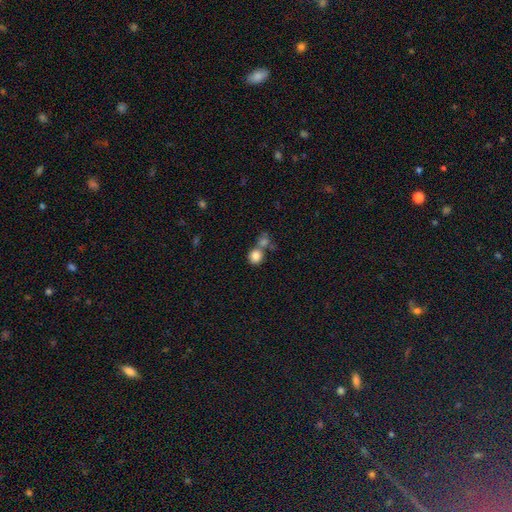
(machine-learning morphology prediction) Smooth or featured?
  - smooth: 82% *
  - star or artifact: 10%
  - featured or disk: 8%
How rounded?
  - round: 84% *
  - in between: 15%
  - cigar-shaped: 1%
Merging?
  - none: 46% *
  - merger: 41%
  - minor disturbance: 9%
  - major disturbance: 4%